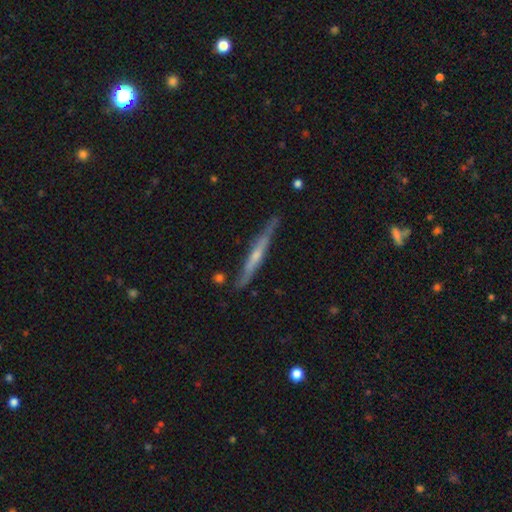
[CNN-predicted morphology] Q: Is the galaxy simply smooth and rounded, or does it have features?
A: featured or disk — 67%.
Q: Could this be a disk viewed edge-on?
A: yes — 94%.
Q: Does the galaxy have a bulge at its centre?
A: rounded — 52%.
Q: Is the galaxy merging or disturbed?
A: none — 78%.